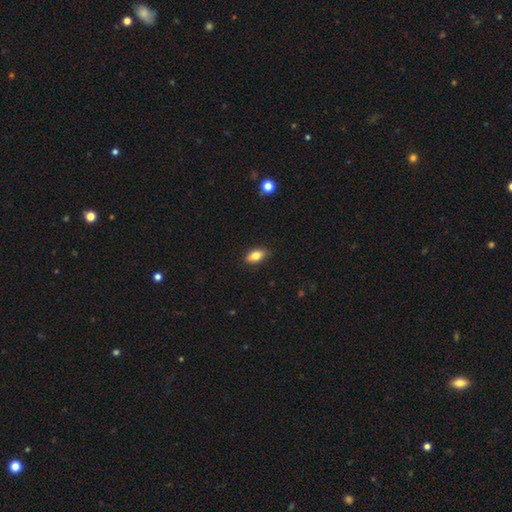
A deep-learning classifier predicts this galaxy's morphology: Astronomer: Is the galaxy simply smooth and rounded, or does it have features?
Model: smooth — 78%.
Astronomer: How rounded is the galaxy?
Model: in between — 87%.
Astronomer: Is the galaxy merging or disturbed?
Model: none — 86%.